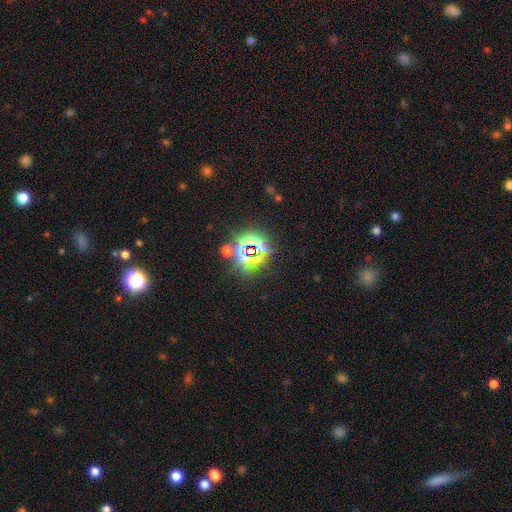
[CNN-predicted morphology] Smooth or featured?
  - star or artifact: 79% *
  - smooth: 13%
  - featured or disk: 7%